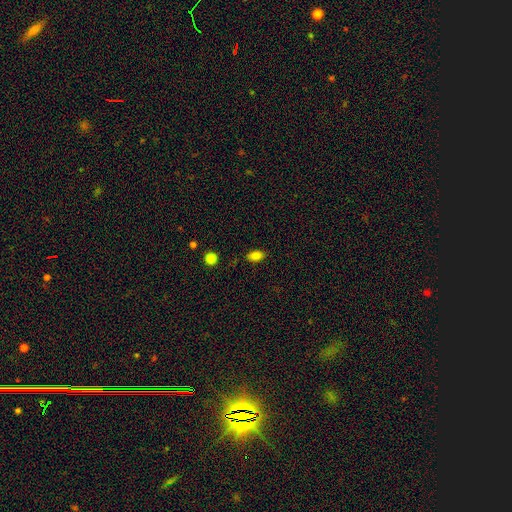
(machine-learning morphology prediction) The model was most divided on "merging": none: 84%, minor disturbance: 12%, major disturbance: 3%, merger: 2%. More confident: how rounded — in between (87%); smooth or featured — smooth (83%).